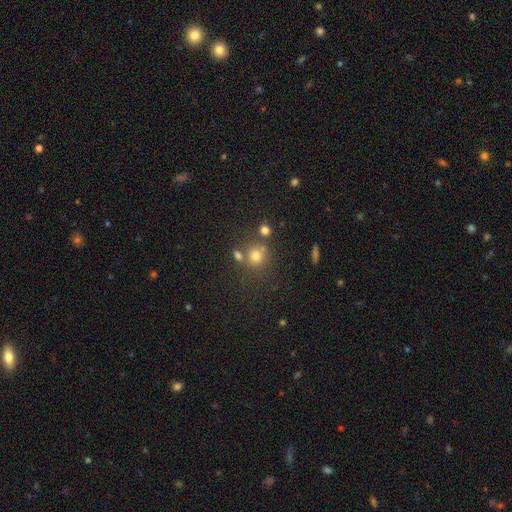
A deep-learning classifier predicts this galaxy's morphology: This appears to be a smooth galaxy with no disk features (69%) that is round (84%). Merging: none (62%).